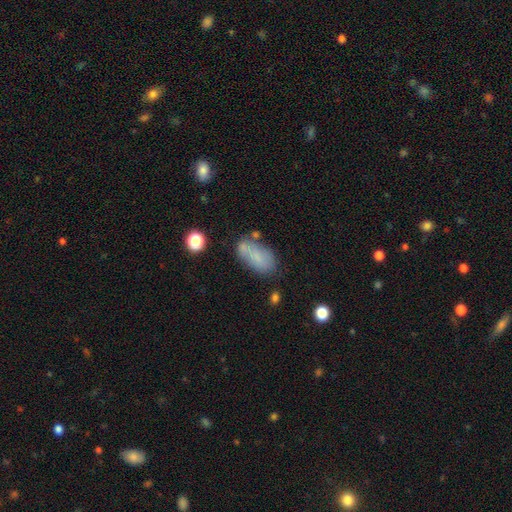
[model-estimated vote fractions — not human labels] Smooth or featured? Predicted: smooth (p=0.71). How rounded? Predicted: in between (p=0.90). Merging? Predicted: none (p=0.55).